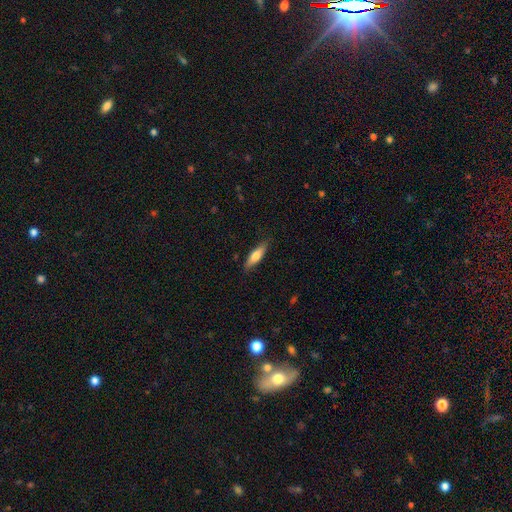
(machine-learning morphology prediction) Q: Smooth or featured?
A: smooth (70%); runner-up: featured or disk (25%)
Q: How rounded?
A: cigar-shaped (59%); runner-up: in between (39%)
Q: Merging?
A: none (84%); runner-up: minor disturbance (13%)